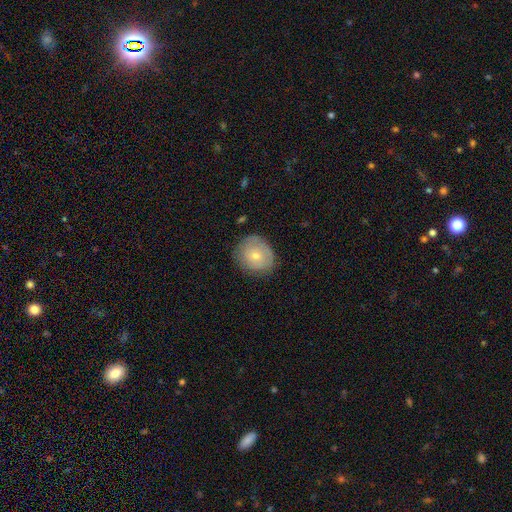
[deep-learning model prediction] Smooth or featured? smooth (59%)
How rounded? round (74%)
Merging? none (77%)